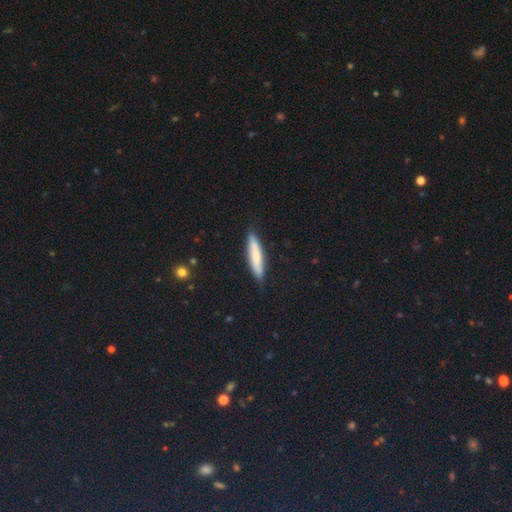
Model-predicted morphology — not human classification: Smooth or featured?
  - smooth: 70% *
  - featured or disk: 23%
  - star or artifact: 7%
How rounded?
  - cigar-shaped: 86% *
  - in between: 13%
  - round: 2%
Merging?
  - none: 84% *
  - minor disturbance: 13%
  - major disturbance: 2%
  - merger: 1%